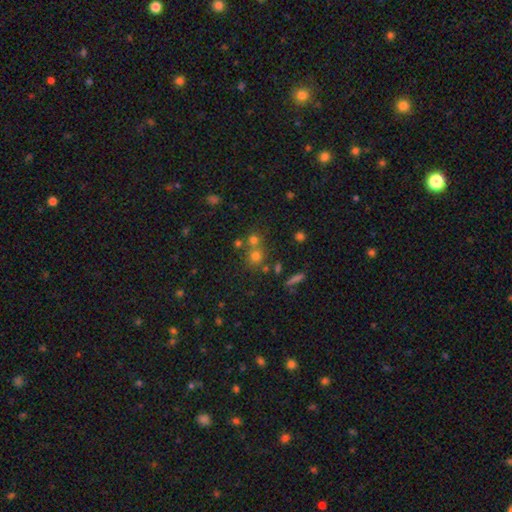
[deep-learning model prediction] A smooth galaxy with no disk features (63%) that is round (86%).

Vote fractions:
- Smooth or featured? smooth: 63% / star or artifact: 24% / featured or disk: 13%
- How rounded? round: 86% / in between: 13% / cigar-shaped: 2%
- Merging? none: 55% / merger: 34% / minor disturbance: 8% / major disturbance: 3%